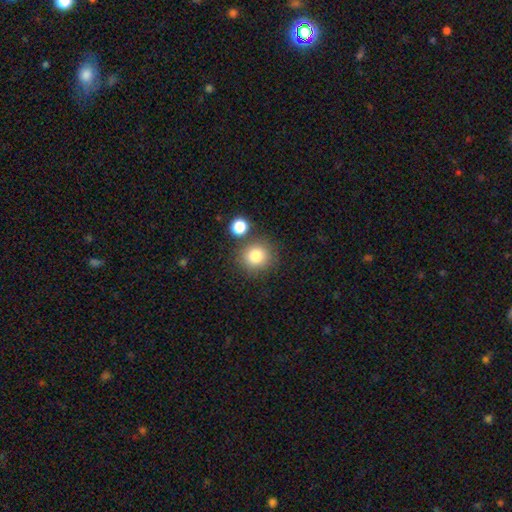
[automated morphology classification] The model was most divided on "merging": none: 77%, merger: 10%, minor disturbance: 9%, major disturbance: 3%. More confident: how rounded — round (89%); smooth or featured — smooth (82%).